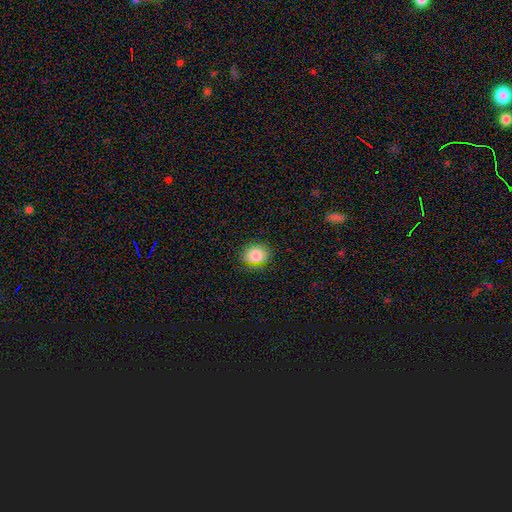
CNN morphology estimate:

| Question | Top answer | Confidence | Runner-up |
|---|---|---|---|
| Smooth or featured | smooth | 81% | star or artifact (11%) |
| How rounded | round | 67% | in between (32%) |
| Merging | none | 81% | minor disturbance (14%) |